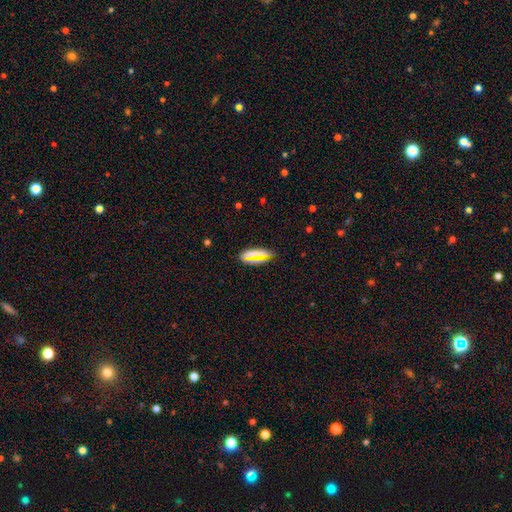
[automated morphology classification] smooth_or_featured: smooth (p=0.72) [alt: featured or disk p=0.15]
how_rounded: in between (p=0.48) [alt: cigar-shaped p=0.46]
merging: none (p=0.77) [alt: minor disturbance p=0.15]